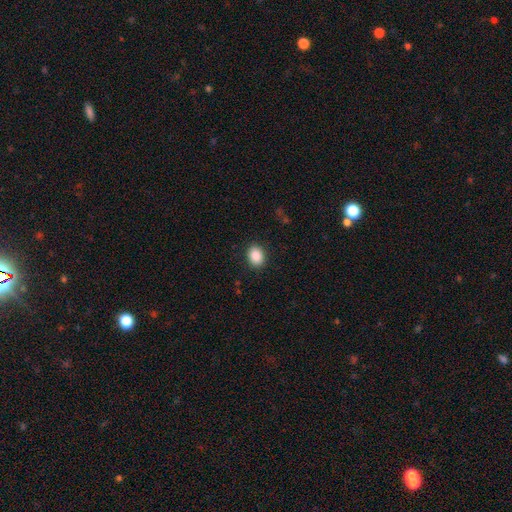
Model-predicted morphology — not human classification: Q: Smooth or featured?
A: smooth (89%); runner-up: star or artifact (8%)
Q: How rounded?
A: in between (65%); runner-up: round (34%)
Q: Merging?
A: none (89%); runner-up: minor disturbance (8%)